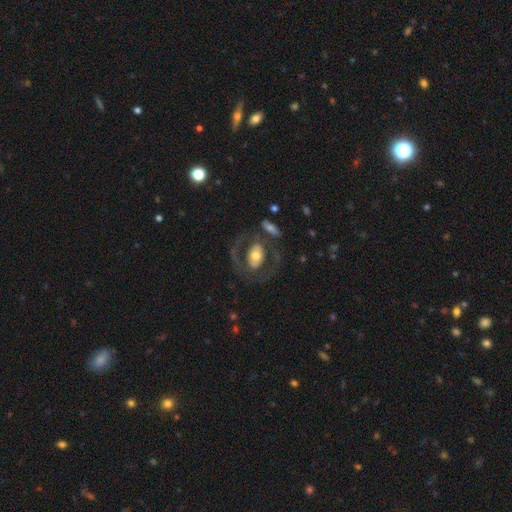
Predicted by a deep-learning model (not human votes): This is possibly a featured or disk galaxy (57%). It is clearly not viewed edge-on (93%). Bar: likely no (65%). Spiral arm pattern: likely no (65%). Central bulge: likely moderate (62%). Merging: likely none (63%).